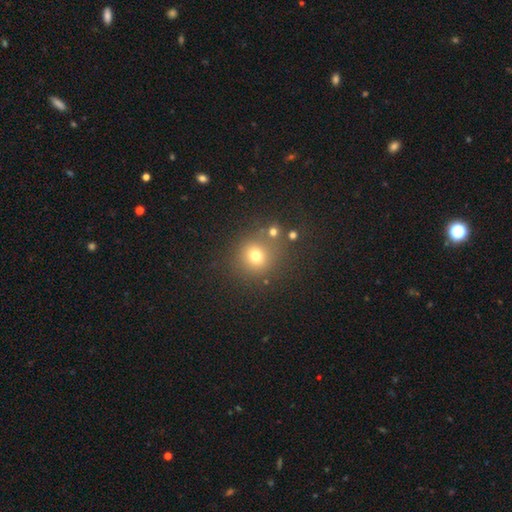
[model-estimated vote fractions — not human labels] smooth 72%, star or artifact 19%, featured or disk 9%. Down the decision tree: how rounded — round (88%); merging — none (76%).